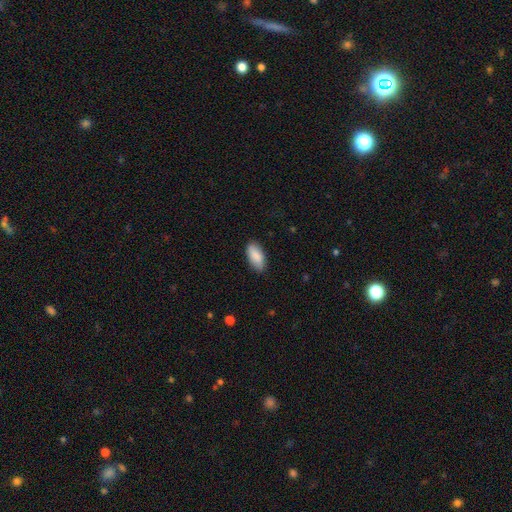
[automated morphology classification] Smooth or featured? Predicted: smooth (p=0.88). How rounded? Predicted: in between (p=0.90). Merging? Predicted: none (p=0.85).